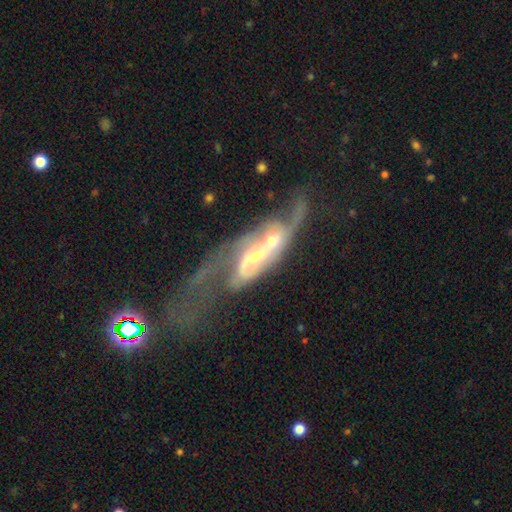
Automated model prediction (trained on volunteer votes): Smooth or featured? featured or disk (81%)
Edge-on disk? no (91%)
Bar? weak (39%)
Spiral arms? yes (87%)
Spiral winding? loose (61%)
Spiral arm count? 2 (70%)
Bulge size? moderate (52%)
Merging? merger (65%)